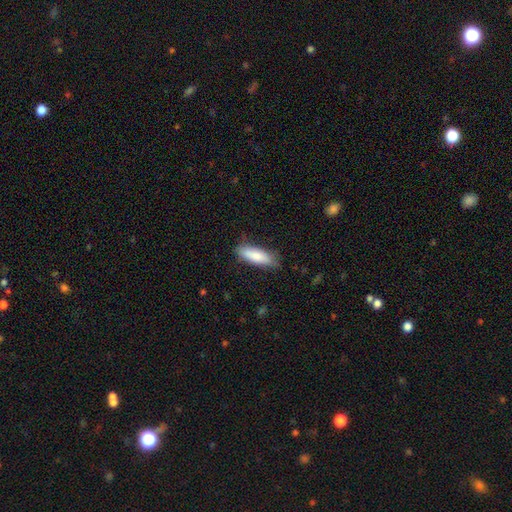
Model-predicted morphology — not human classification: This is clearly a smooth galaxy (83%). How rounded: possibly in between (53%). Merging: likely none (80%).